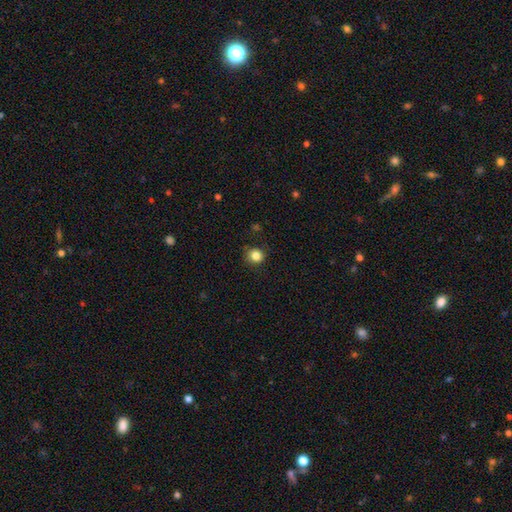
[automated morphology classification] type=smooth (84%); roundness=round (85%); merging=none (84%).